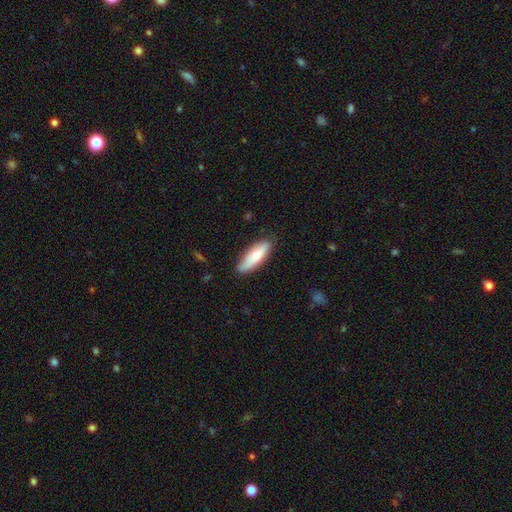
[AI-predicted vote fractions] Overall: smooth (69%). How rounded: in between (55%; cigar-shaped 43%). Merging: none (78%).